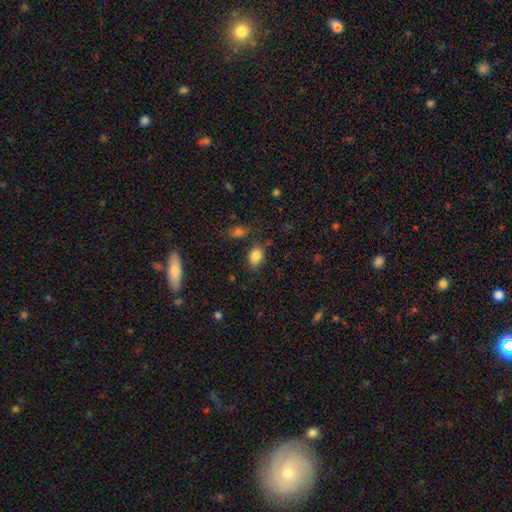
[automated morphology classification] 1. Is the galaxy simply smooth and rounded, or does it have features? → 83% smooth, 10% star or artifact, 7% featured or disk.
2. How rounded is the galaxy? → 75% in between, 24% round, 1% cigar-shaped.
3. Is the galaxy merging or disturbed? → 75% none, 15% minor disturbance, 5% merger, 4% major disturbance.